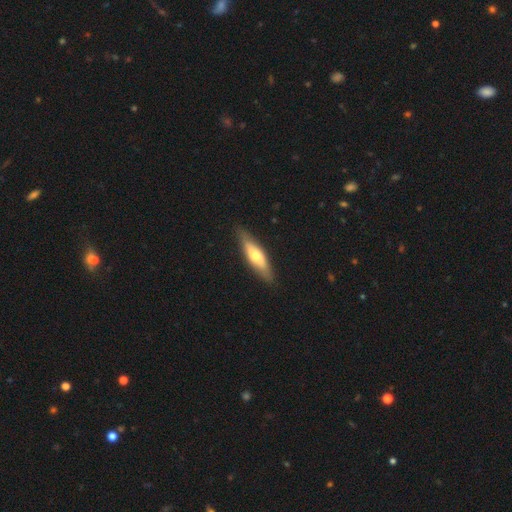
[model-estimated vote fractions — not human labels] smooth 56%, featured or disk 39%, star or artifact 5%. Down the decision tree: how rounded — cigar-shaped (61%); merging — none (86%).